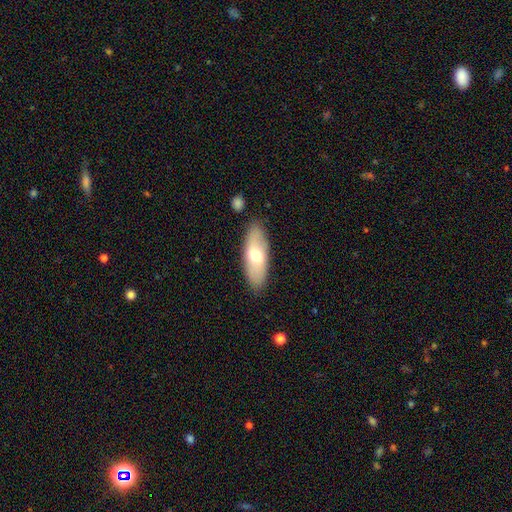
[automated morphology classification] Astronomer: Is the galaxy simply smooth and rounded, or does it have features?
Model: smooth — 61%.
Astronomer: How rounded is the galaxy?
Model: in between — 76%.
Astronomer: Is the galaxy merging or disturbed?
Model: none — 84%.